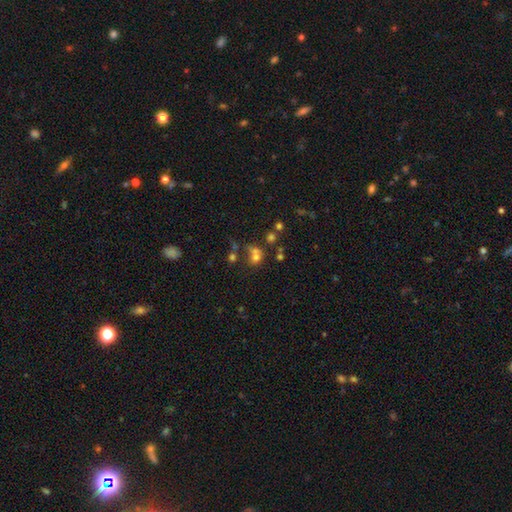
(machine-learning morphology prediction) Smooth or featured? smooth (60%)
How rounded? round (74%)
Merging? merger (44%)